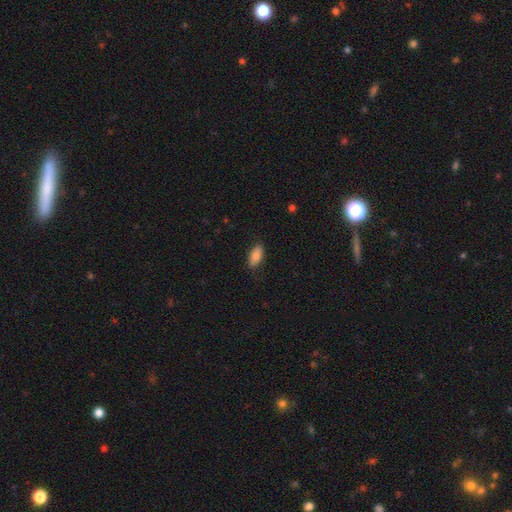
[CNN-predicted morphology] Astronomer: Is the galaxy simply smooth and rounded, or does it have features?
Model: smooth — 85%.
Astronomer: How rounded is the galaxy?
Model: in between — 88%.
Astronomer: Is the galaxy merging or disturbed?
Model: none — 84%.